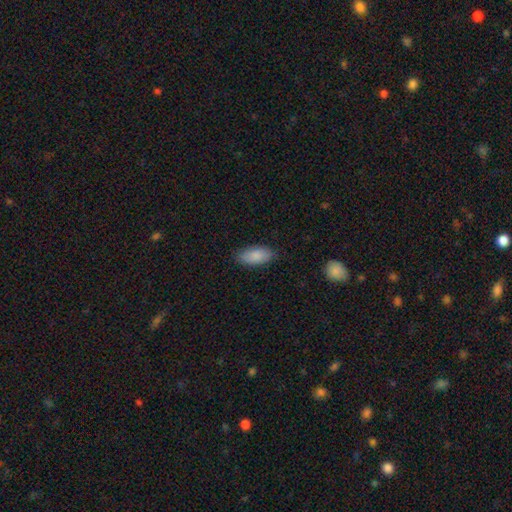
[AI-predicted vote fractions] Smooth or featured? Predicted: smooth (p=0.87). How rounded? Predicted: in between (p=0.88). Merging? Predicted: none (p=0.84).